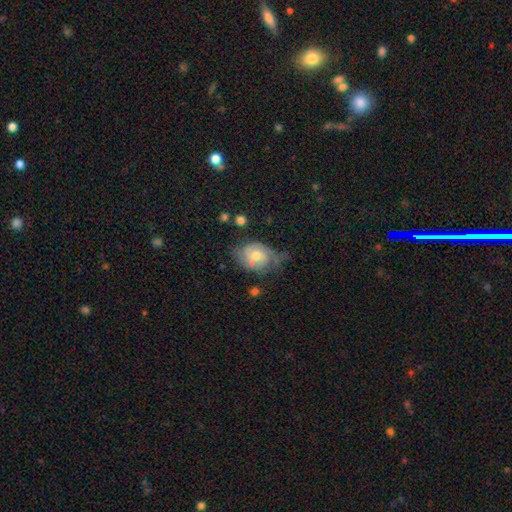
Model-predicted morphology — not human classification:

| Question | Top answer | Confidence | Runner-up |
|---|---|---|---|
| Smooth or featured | featured or disk | 56% | smooth (36%) |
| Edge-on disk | no | 96% | yes (4%) |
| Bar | no | 69% | weak (27%) |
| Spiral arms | yes | 77% | no (23%) |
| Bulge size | moderate | 57% | small (32%) |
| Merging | none | 38% | minor disturbance (34%) |